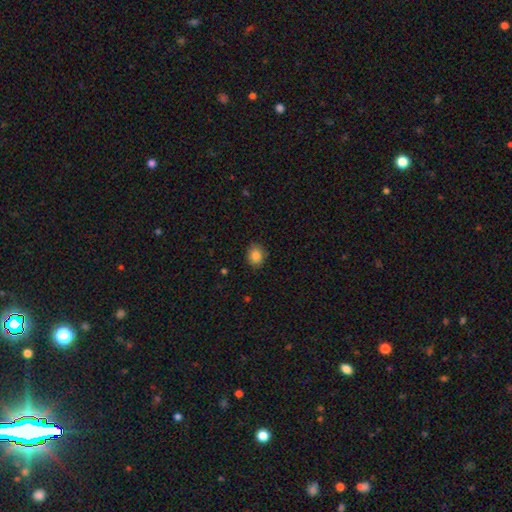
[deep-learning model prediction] The model was most divided on "how rounded": in between: 51%, round: 48%, cigar-shaped: 1%. More confident: merging — none (87%); smooth or featured — smooth (85%).